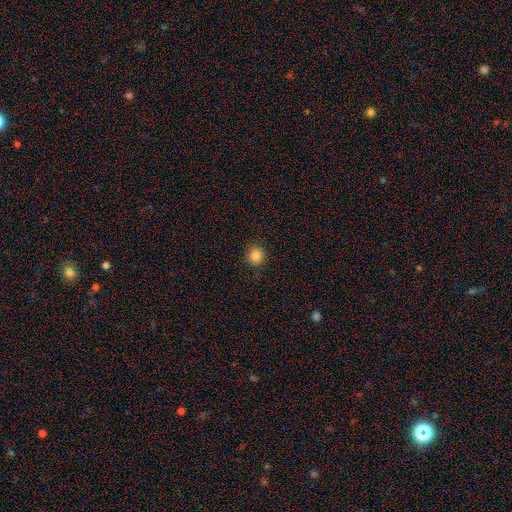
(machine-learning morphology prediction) A smooth galaxy with no disk features (85%) that is round (87%).

Vote fractions:
- Smooth or featured? smooth: 85% / star or artifact: 11% / featured or disk: 4%
- How rounded? round: 87% / in between: 12% / cigar-shaped: 1%
- Merging? none: 89% / minor disturbance: 7% / major disturbance: 2% / merger: 1%